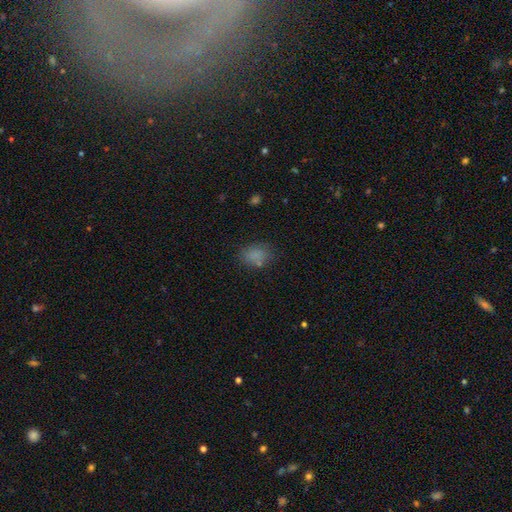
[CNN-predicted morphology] type=smooth (80%); roundness=in between (72%); merging=none (74%).